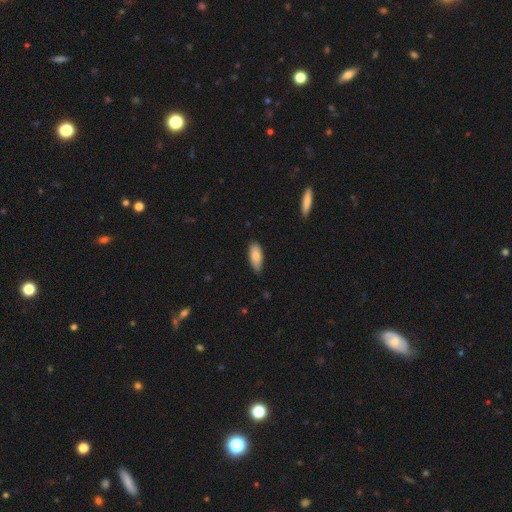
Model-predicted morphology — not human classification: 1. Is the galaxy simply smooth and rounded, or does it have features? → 84% smooth, 10% featured or disk, 6% star or artifact.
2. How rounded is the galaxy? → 84% in between, 14% cigar-shaped, 2% round.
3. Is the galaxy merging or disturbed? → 77% none, 20% minor disturbance, 2% major disturbance, 1% merger.